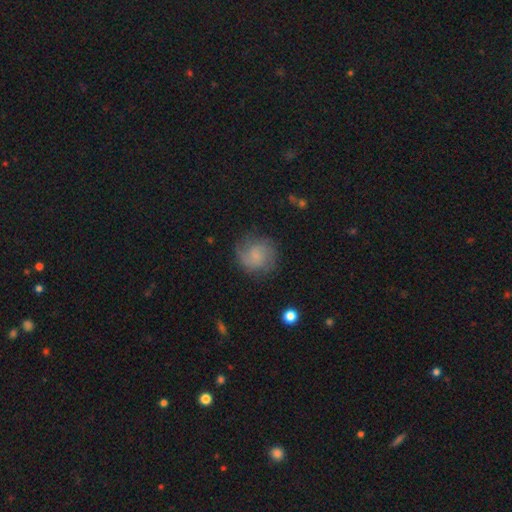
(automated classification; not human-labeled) Smooth or featured? Predicted: featured or disk (p=0.50). Merging? Predicted: none (p=0.73).